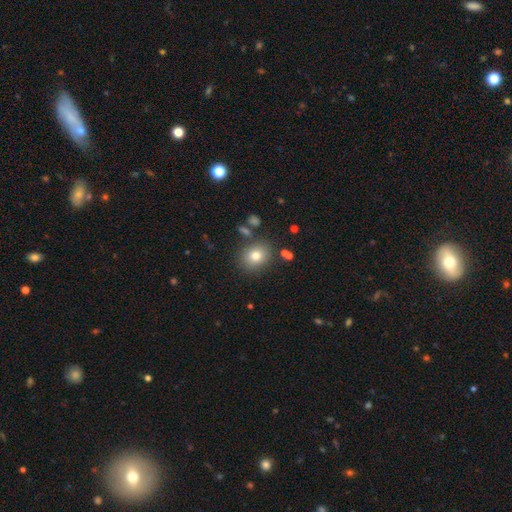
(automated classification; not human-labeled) This is likely a smooth galaxy (78%). How rounded: likely round (63%). Merging: clearly none (81%).